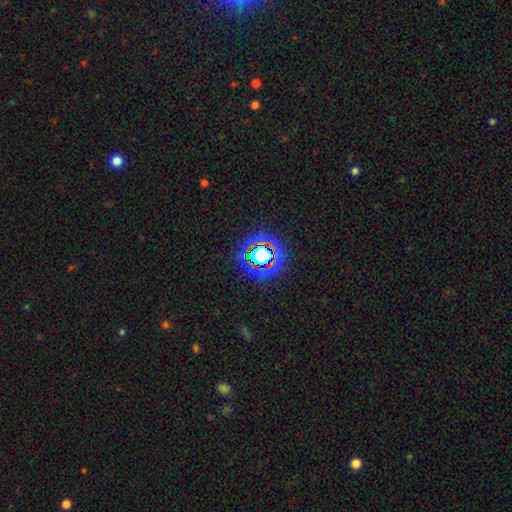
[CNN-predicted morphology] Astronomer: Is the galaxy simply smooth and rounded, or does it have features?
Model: star or artifact — 66%.